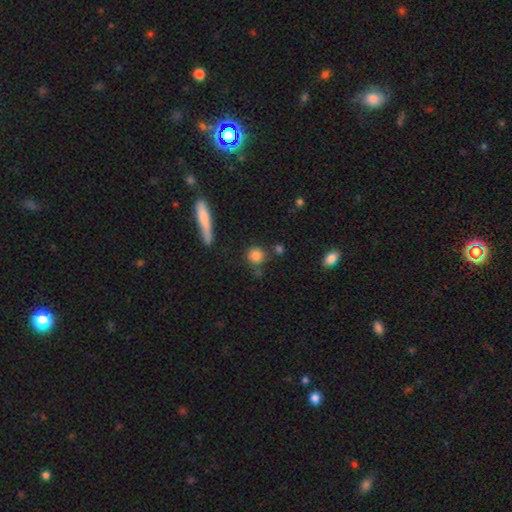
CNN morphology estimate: smooth-or-featured: smooth: 82% | star or artifact: 10% | featured or disk: 8%
  how-rounded: round: 84% | in between: 11% | cigar-shaped: 5%
  merging: none: 75% | minor disturbance: 12% | merger: 10% | major disturbance: 4%